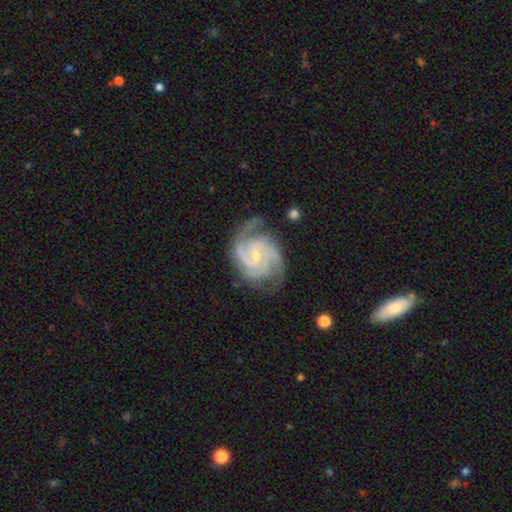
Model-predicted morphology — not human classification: featured or disk 92%, star or artifact 4%, smooth 4%. Down the decision tree: edge-on disk — no (98%); bar — no (59%); spiral arms — yes (98%); spiral arm count — 3 (41%); spiral winding — tight (57%); bulge size — small (68%); merging — none (71%).